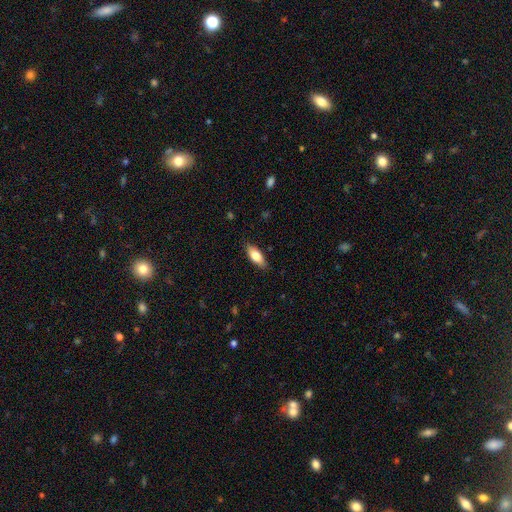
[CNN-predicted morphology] Overall: smooth (74%). How rounded: in between (77%). Merging: none (85%).